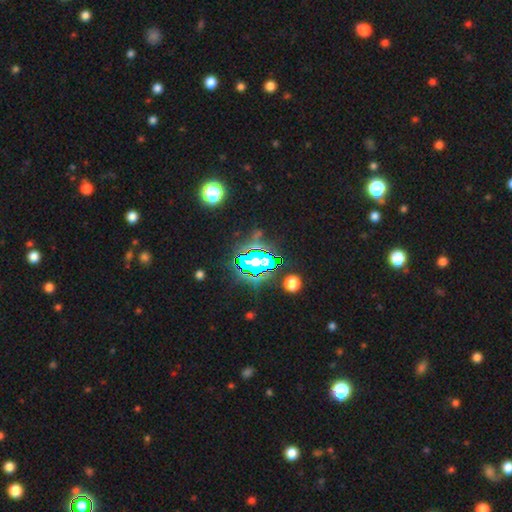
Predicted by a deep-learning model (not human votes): smooth-or-featured: star or artifact: 74% | smooth: 16% | featured or disk: 10%